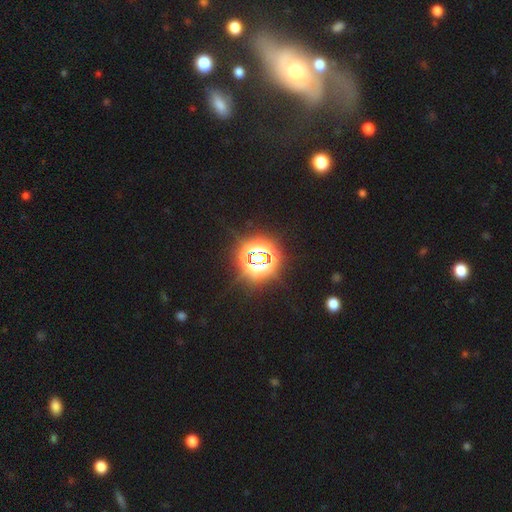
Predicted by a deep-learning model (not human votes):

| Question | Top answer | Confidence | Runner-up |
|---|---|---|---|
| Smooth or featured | star or artifact | 79% | smooth (13%) |